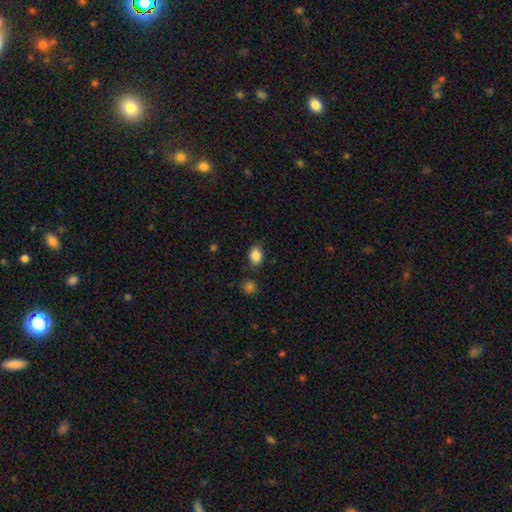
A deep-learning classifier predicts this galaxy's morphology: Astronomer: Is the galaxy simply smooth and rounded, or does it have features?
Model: smooth — 86%.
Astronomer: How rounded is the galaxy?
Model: in between — 70%.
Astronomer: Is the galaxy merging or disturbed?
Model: none — 77%.